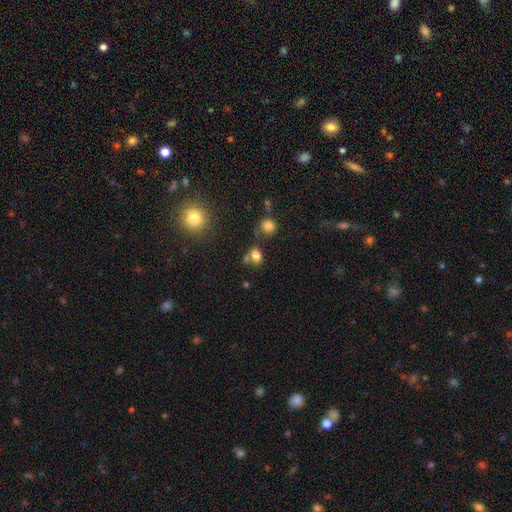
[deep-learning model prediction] Smooth or featured: smooth — 78% (star or artifact — 15%)
How rounded: in between — 56% (round — 43%)
Merging: none — 58% (merger — 21%)